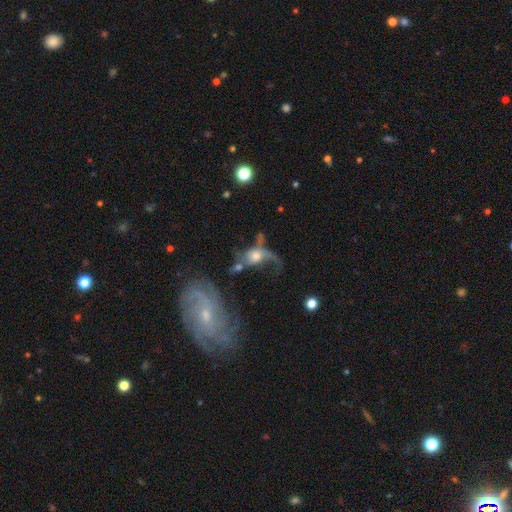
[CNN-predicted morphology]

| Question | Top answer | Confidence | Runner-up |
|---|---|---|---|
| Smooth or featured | featured or disk | 58% | smooth (31%) |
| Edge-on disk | no | 91% | yes (9%) |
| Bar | no | 73% | weak (21%) |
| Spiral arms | yes | 67% | no (33%) |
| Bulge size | moderate | 47% | large (27%) |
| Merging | major disturbance | 38% | merger (28%) |